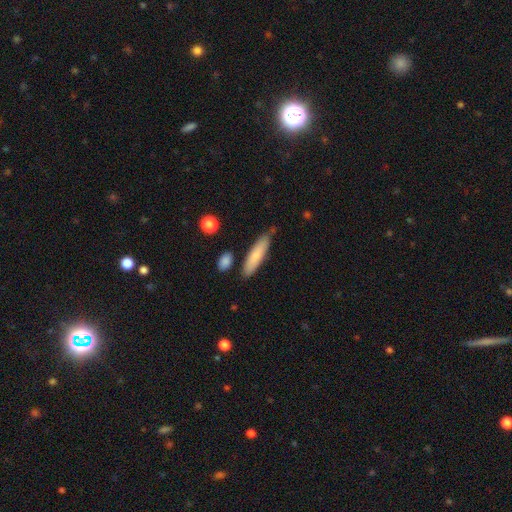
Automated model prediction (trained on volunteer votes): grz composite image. It shows a smooth galaxy with no disk features (77%) that is cigar-shaped (75%). Merging: none (78%).